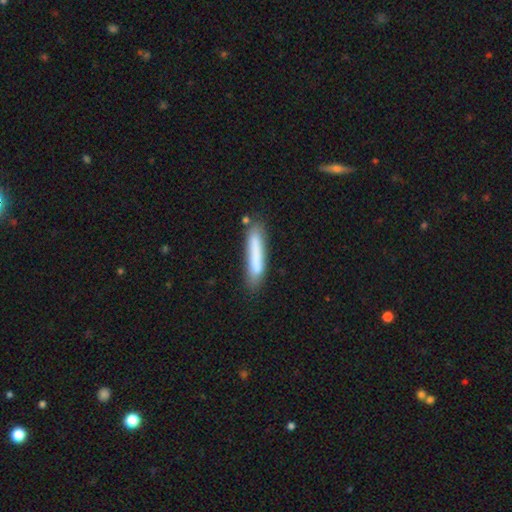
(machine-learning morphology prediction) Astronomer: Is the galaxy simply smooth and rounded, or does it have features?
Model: smooth — 76%.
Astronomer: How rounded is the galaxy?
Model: cigar-shaped — 91%.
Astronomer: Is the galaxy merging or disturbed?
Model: none — 72%.